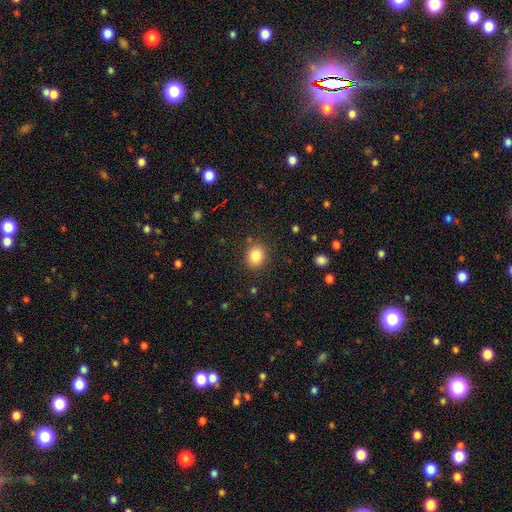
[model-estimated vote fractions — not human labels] Smooth or featured: smooth — 84% (star or artifact — 10%)
How rounded: round — 75% (in between — 24%)
Merging: none — 87% (minor disturbance — 9%)